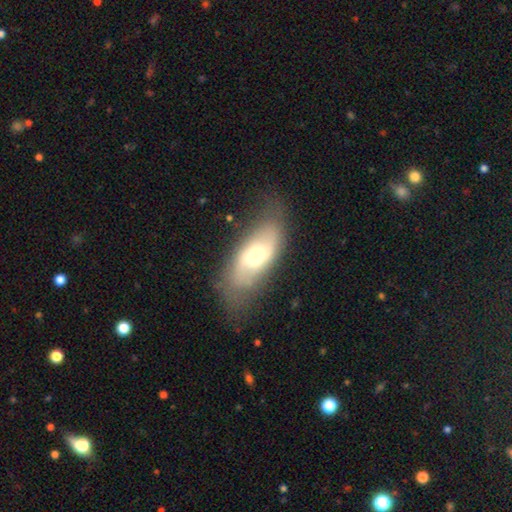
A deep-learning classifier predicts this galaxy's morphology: This appears to be a featured or disk galaxy (54%). Merging: none (70%).